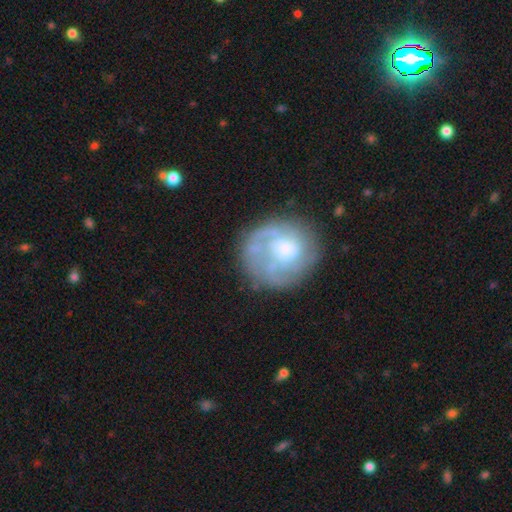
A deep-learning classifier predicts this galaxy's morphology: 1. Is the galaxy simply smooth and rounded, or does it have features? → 55% featured or disk, 37% smooth, 8% star or artifact.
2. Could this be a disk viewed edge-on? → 98% no, 2% yes.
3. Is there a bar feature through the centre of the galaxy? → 76% no, 20% weak, 4% strong.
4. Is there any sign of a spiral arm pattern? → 61% yes, 39% no.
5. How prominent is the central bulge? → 46% moderate, 22% large, 18% small, 11% none, 3% dominant.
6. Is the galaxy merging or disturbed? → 65% none, 20% minor disturbance, 13% major disturbance, 3% merger.